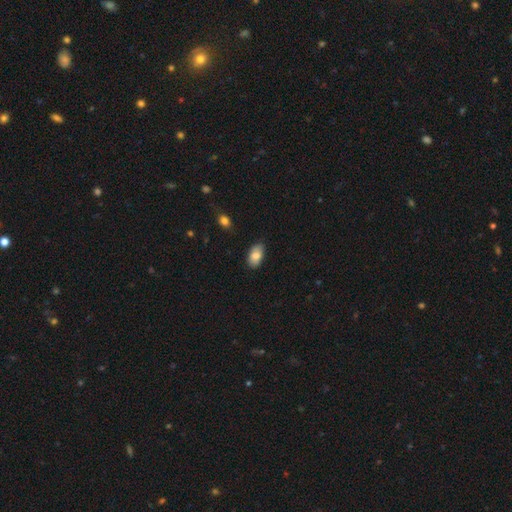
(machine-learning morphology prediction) Smooth or featured: smooth — 82% (featured or disk — 11%)
How rounded: in between — 93% (round — 5%)
Merging: none — 76% (minor disturbance — 20%)